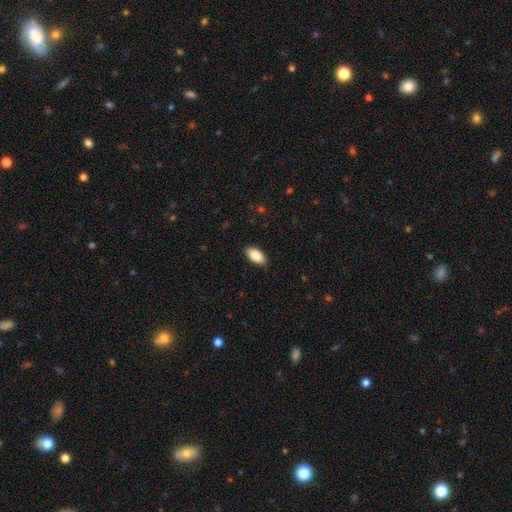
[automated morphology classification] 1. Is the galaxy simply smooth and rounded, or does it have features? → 85% smooth, 8% featured or disk, 7% star or artifact.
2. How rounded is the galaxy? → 94% in between, 3% cigar-shaped, 3% round.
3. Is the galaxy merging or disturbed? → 89% none, 9% minor disturbance, 2% major disturbance, 1% merger.